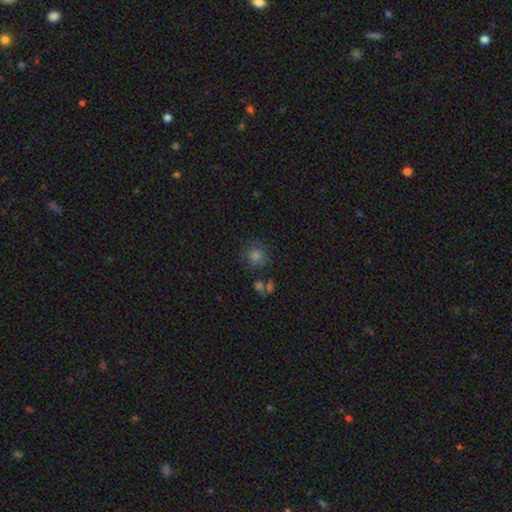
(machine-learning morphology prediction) Smooth or featured? Predicted: smooth (p=0.72). How rounded? Predicted: round (p=0.90). Merging? Predicted: none (p=0.77).